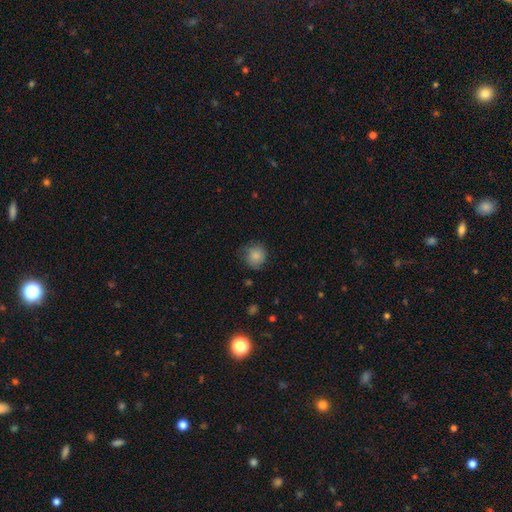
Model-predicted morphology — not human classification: Smooth or featured? smooth (81%)
How rounded? round (86%)
Merging? none (66%)